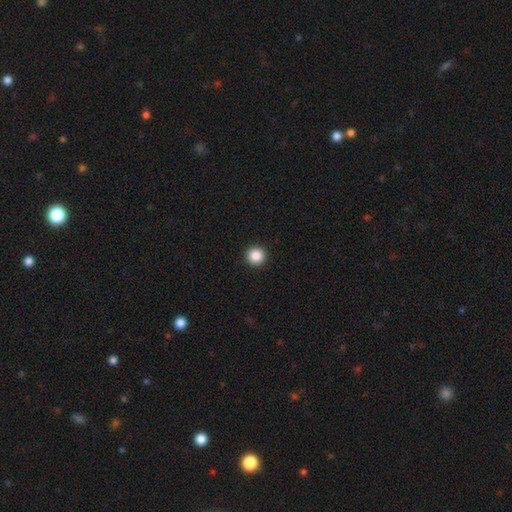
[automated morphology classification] Smooth or featured? smooth (87%)
How rounded? round (96%)
Merging? none (94%)